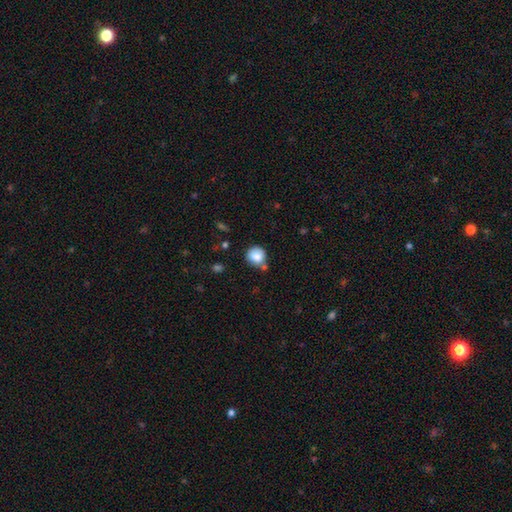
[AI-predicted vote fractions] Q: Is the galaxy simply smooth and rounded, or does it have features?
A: smooth — 85%.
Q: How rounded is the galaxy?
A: round — 88%.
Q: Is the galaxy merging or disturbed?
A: none — 64%.